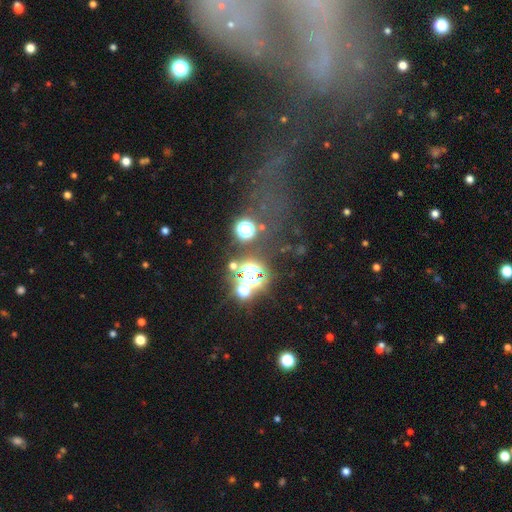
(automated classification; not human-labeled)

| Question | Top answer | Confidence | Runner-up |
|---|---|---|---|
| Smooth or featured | star or artifact | 46% | featured or disk (34%) |